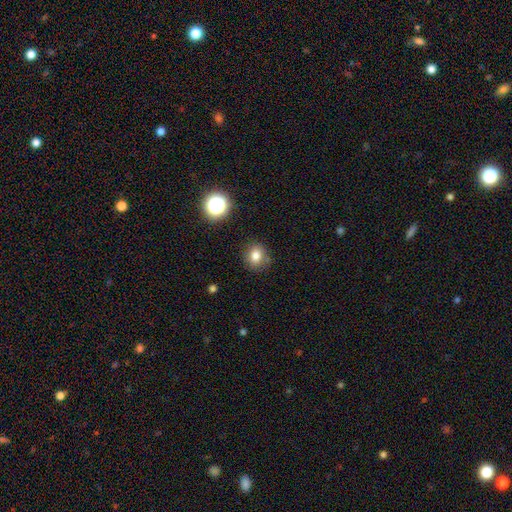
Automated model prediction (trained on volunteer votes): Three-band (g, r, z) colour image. It shows a smooth galaxy with no disk features (80%) that is round (72%). Merging: none (84%).